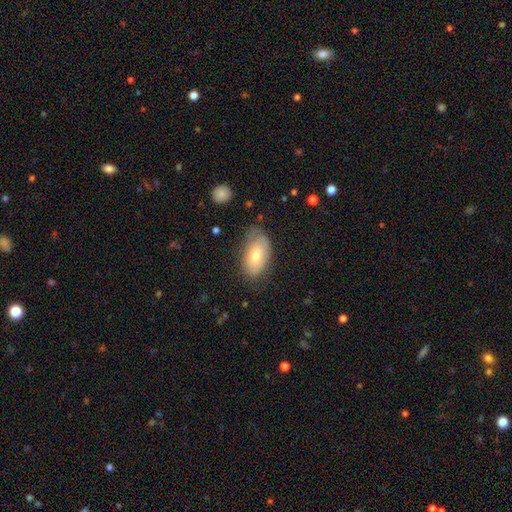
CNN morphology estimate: This is likely a smooth galaxy (68%). How rounded: clearly in between (93%). Merging: likely none (64%).